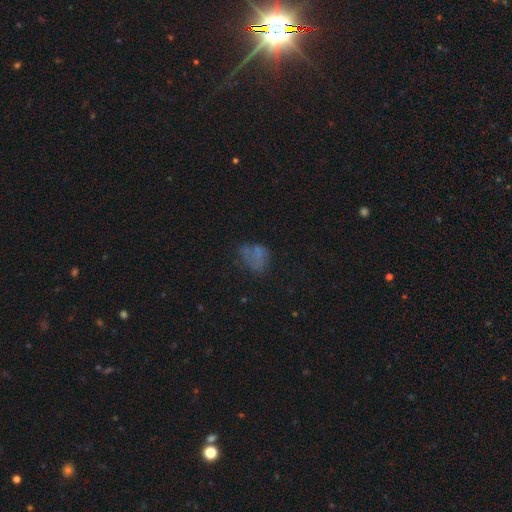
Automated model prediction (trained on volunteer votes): Smooth or featured?
  - smooth: 55% *
  - featured or disk: 25%
  - star or artifact: 20%
How rounded?
  - in between: 65% *
  - round: 34%
  - cigar-shaped: 2%
Merging?
  - none: 46% *
  - minor disturbance: 24%
  - major disturbance: 22%
  - merger: 8%